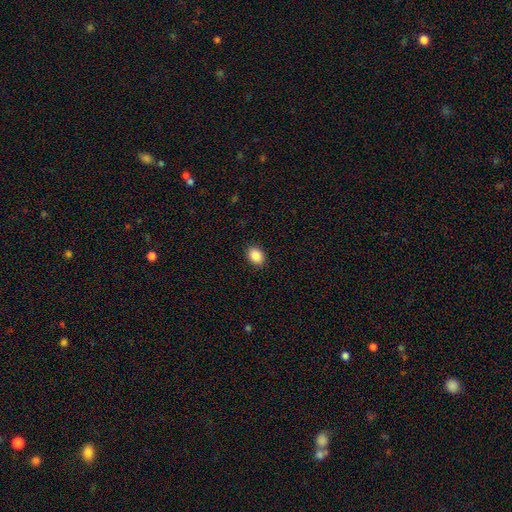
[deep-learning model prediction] Smooth or featured: smooth — 88% (star or artifact — 8%)
How rounded: in between — 71% (round — 28%)
Merging: none — 90% (minor disturbance — 7%)